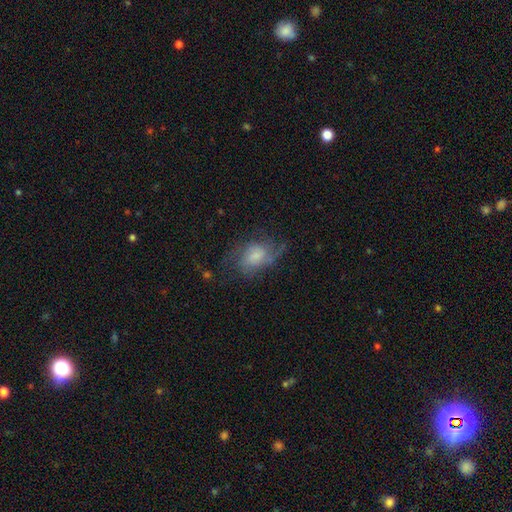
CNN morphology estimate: A featured or disk galaxy (52%).

Vote fractions:
- Smooth or featured? featured or disk: 52% / smooth: 39% / star or artifact: 9%
- Edge-on disk? no: 96% / yes: 4%
- Merging? none: 44% / major disturbance: 29% / minor disturbance: 25% / merger: 2%